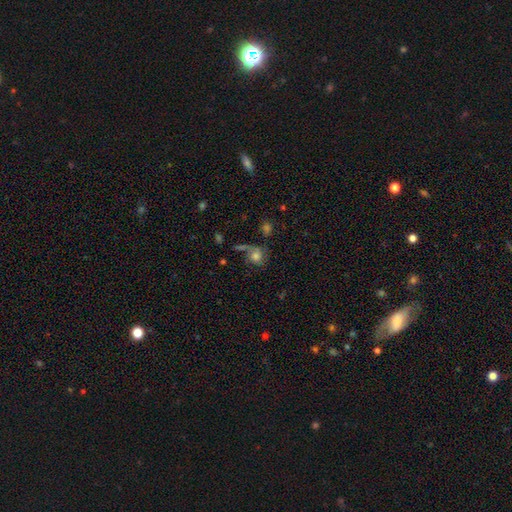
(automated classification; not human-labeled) Smooth or featured: smooth — 49% (featured or disk — 38%)
Merging: none — 43% (major disturbance — 26%)